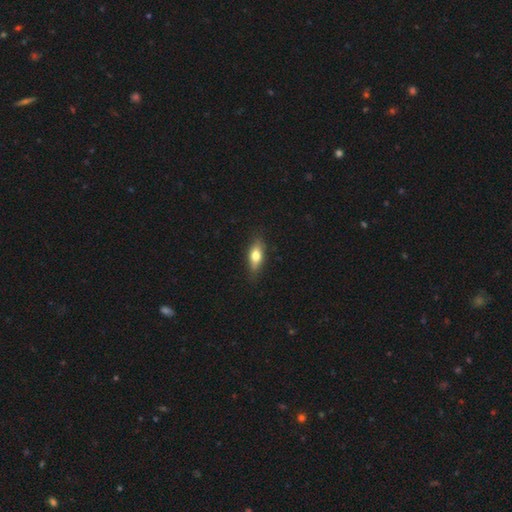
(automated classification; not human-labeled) smooth_or_featured: smooth (p=0.65) [alt: featured or disk p=0.28]
how_rounded: in between (p=0.68) [alt: cigar-shaped p=0.27]
merging: none (p=0.81) [alt: minor disturbance p=0.14]